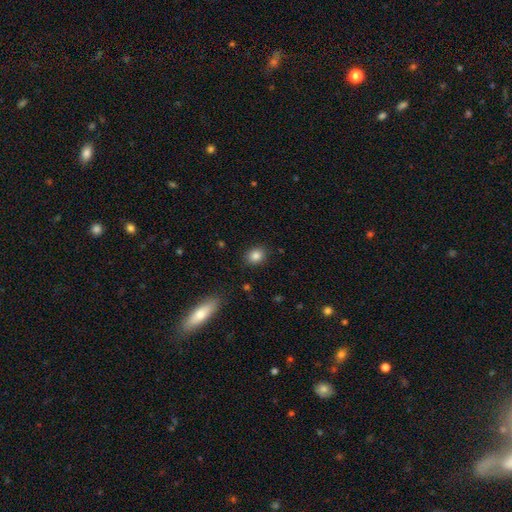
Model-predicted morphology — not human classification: Smooth or featured: smooth — 84% (star or artifact — 10%)
How rounded: round — 60% (in between — 39%)
Merging: none — 88% (minor disturbance — 8%)